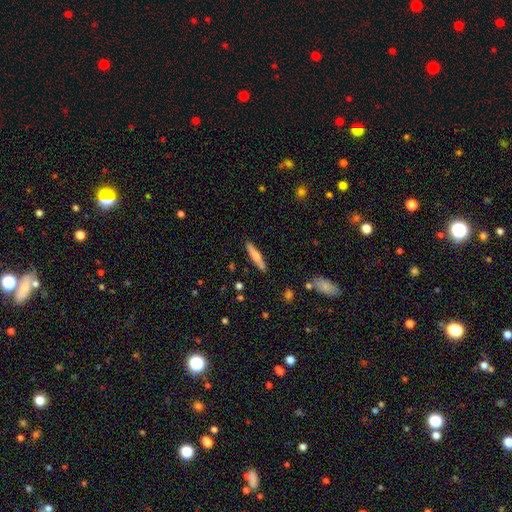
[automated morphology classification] Smooth or featured? smooth (55%)
How rounded? cigar-shaped (88%)
Merging? none (89%)